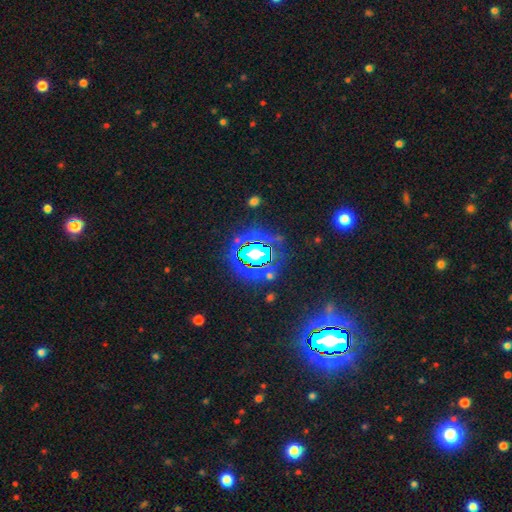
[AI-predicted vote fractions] The model was most divided on "smooth or featured": star or artifact: 77%, smooth: 13%, featured or disk: 10%.